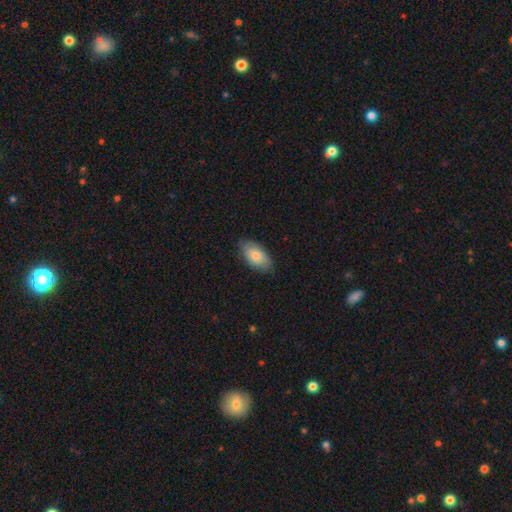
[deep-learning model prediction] This is likely a smooth galaxy (77%). How rounded: clearly in between (93%). Merging: likely none (79%).